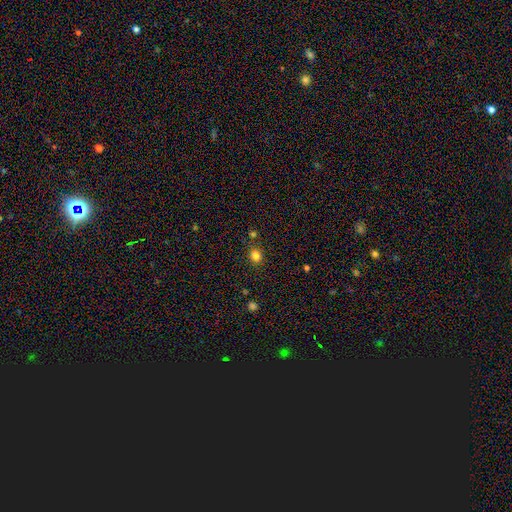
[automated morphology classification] smooth-or-featured: smooth: 81% | star or artifact: 14% | featured or disk: 5%
  how-rounded: round: 67% | in between: 32% | cigar-shaped: 1%
  merging: none: 83% | minor disturbance: 9% | merger: 5% | major disturbance: 3%